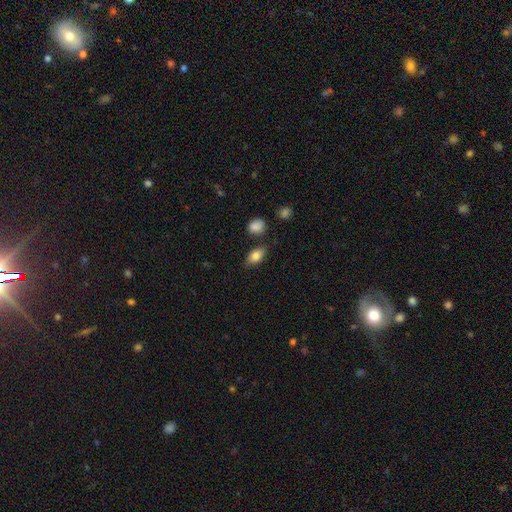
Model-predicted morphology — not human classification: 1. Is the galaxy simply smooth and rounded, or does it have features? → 81% smooth, 11% featured or disk, 8% star or artifact.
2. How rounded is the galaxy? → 88% in between, 7% round, 5% cigar-shaped.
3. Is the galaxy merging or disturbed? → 78% none, 14% minor disturbance, 4% merger, 3% major disturbance.